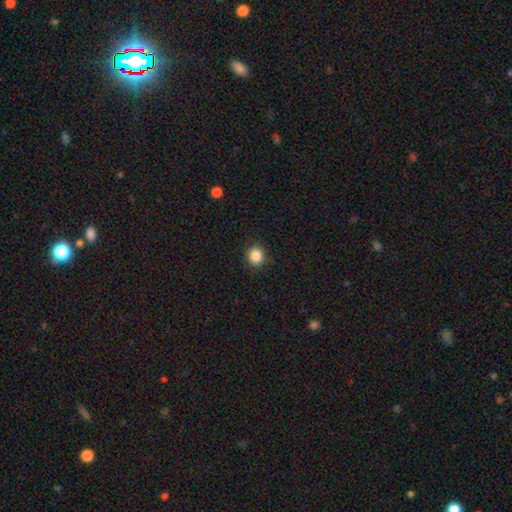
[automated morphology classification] A smooth galaxy with no disk features (86%) that is round (85%). Merging: none (89%).